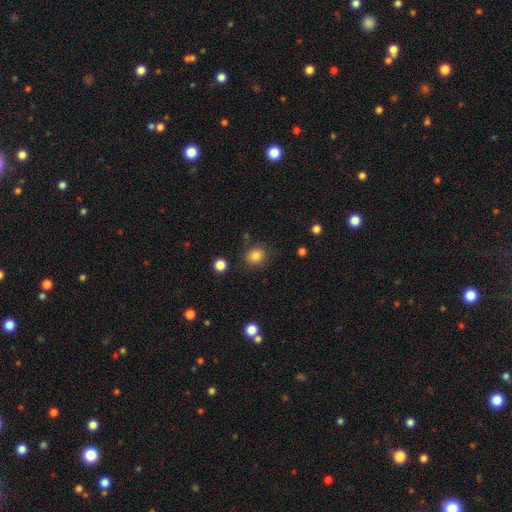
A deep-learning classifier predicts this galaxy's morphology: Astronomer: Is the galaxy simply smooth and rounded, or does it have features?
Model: smooth — 84%.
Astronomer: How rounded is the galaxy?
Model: round — 80%.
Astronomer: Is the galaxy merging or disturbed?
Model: none — 84%.